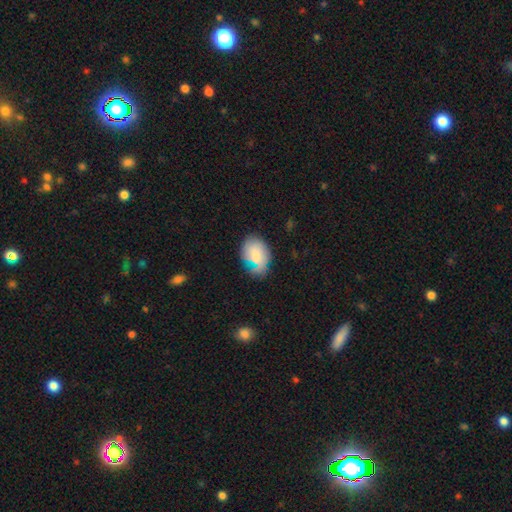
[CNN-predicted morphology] Overall: smooth (70%). How rounded: in between (75%). Merging: none (58%; minor disturbance 28%).